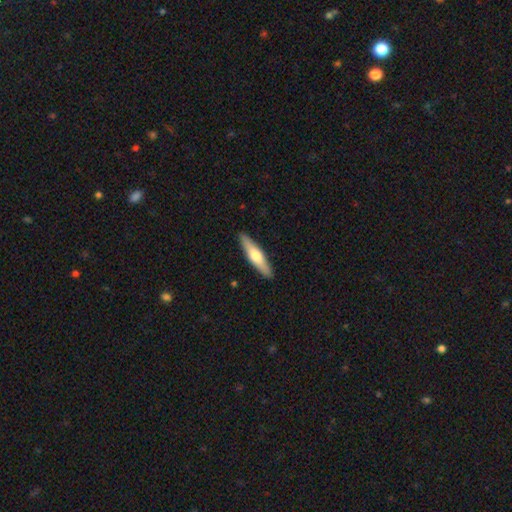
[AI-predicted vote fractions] Smooth or featured: smooth — 51% (featured or disk — 44%)
How rounded: cigar-shaped — 81% (in between — 17%)
Merging: none — 91% (minor disturbance — 7%)